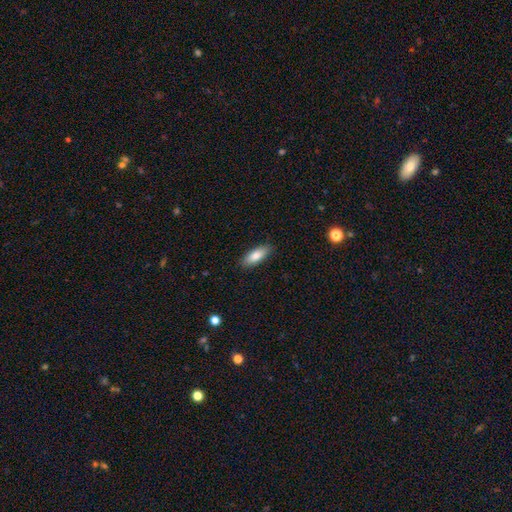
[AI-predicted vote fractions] Smooth or featured? smooth (83%)
How rounded? in between (71%)
Merging? none (87%)